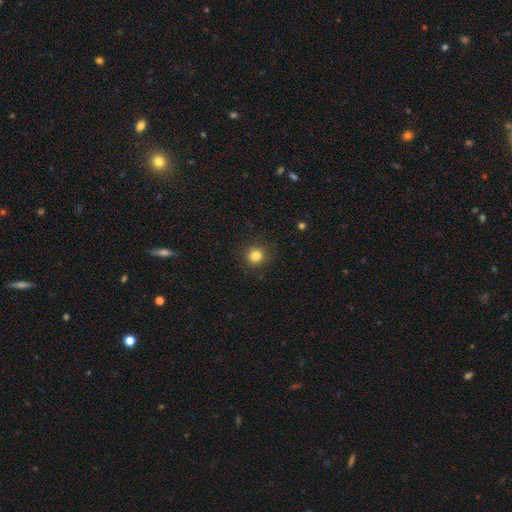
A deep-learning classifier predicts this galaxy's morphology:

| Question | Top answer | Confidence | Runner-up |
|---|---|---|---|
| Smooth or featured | smooth | 82% | star or artifact (12%) |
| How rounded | round | 92% | in between (7%) |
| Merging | none | 90% | minor disturbance (7%) |